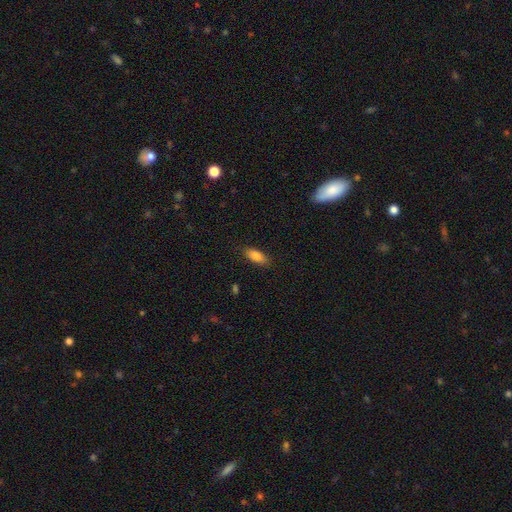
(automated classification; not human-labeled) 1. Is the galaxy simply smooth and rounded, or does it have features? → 85% smooth, 8% featured or disk, 7% star or artifact.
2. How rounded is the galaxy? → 78% in between, 19% cigar-shaped, 2% round.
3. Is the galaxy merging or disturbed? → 84% none, 12% minor disturbance, 3% major disturbance, 1% merger.